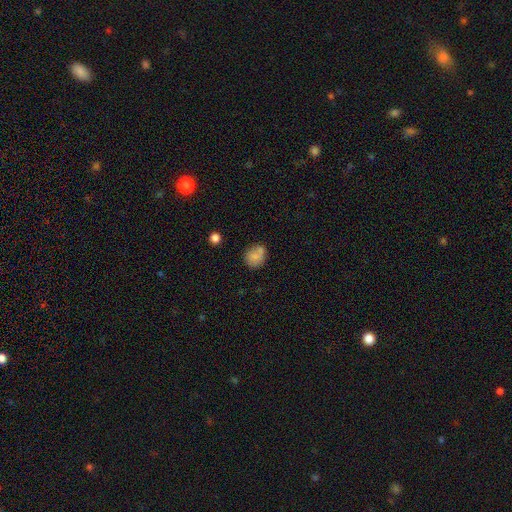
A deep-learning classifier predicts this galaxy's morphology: smooth_or_featured: smooth (p=0.78) [alt: featured or disk p=0.13]
how_rounded: round (p=0.71) [alt: in between p=0.28]
merging: none (p=0.57) [alt: merger p=0.20]